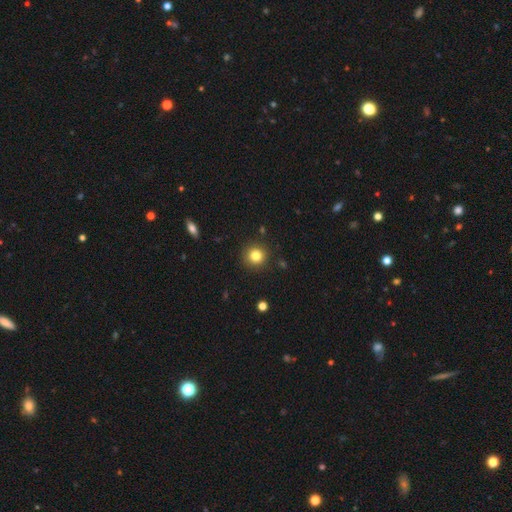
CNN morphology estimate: A smooth galaxy with no disk features (82%) that is round (93%).

Vote fractions:
- Smooth or featured? smooth: 82% / star or artifact: 12% / featured or disk: 6%
- How rounded? round: 93% / in between: 6% / cigar-shaped: 1%
- Merging? none: 91% / minor disturbance: 6% / major disturbance: 2% / merger: 1%